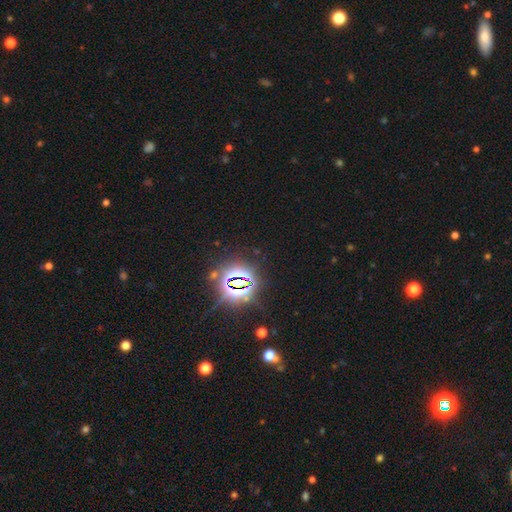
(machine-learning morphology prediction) The model was most divided on "smooth or featured": star or artifact: 84%, smooth: 9%, featured or disk: 7%.